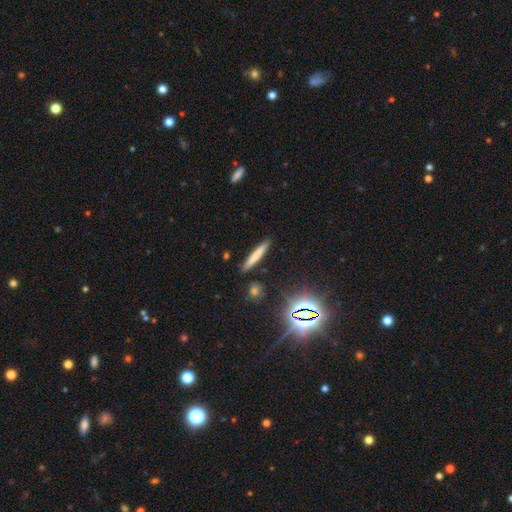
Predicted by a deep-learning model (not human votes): Smooth or featured: smooth — 69% (featured or disk — 21%)
How rounded: cigar-shaped — 94% (in between — 5%)
Merging: none — 89% (minor disturbance — 7%)